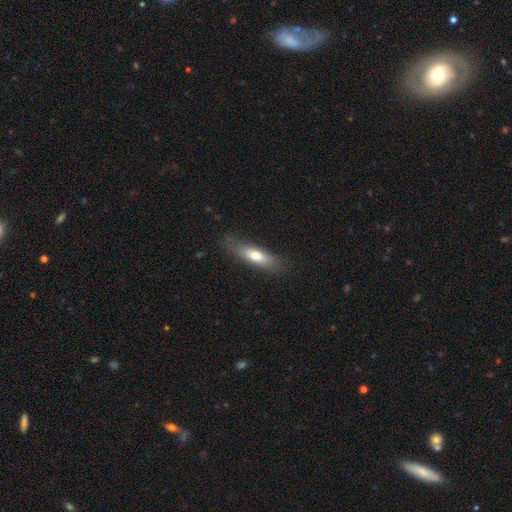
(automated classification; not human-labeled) smooth_or_featured: smooth (p=0.70) [alt: featured or disk p=0.23]
how_rounded: cigar-shaped (p=0.51) [alt: in between p=0.47]
merging: none (p=0.74) [alt: minor disturbance p=0.18]